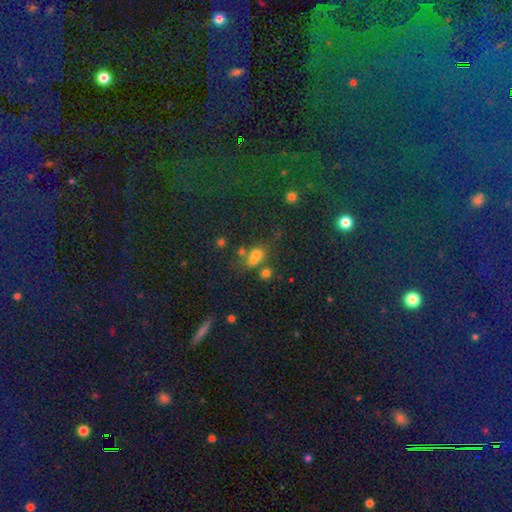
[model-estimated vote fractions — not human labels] Smooth or featured? Predicted: smooth (p=0.63). How rounded? Predicted: in between (p=0.53). Merging? Predicted: none (p=0.40).